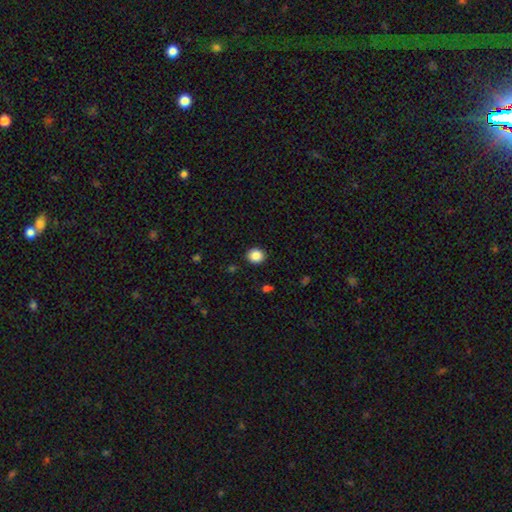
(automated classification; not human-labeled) smooth_or_featured: smooth (p=0.86) [alt: star or artifact p=0.10]
how_rounded: round (p=0.76) [alt: in between p=0.23]
merging: none (p=0.92) [alt: minor disturbance p=0.06]